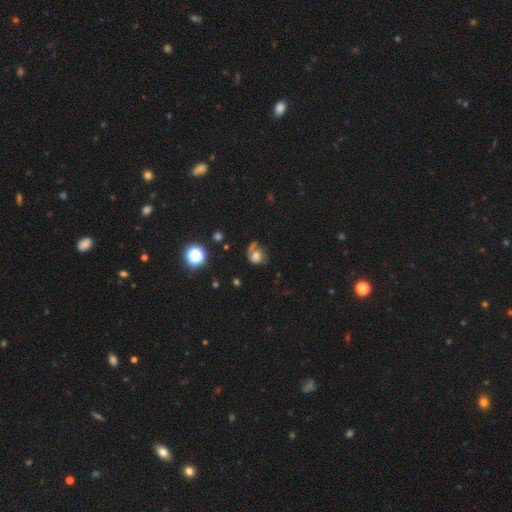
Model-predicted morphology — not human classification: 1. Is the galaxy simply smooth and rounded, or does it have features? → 62% smooth, 23% featured or disk, 16% star or artifact.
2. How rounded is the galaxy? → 70% round, 29% in between, 1% cigar-shaped.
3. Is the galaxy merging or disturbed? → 39% none, 20% major disturbance, 20% merger, 20% minor disturbance.